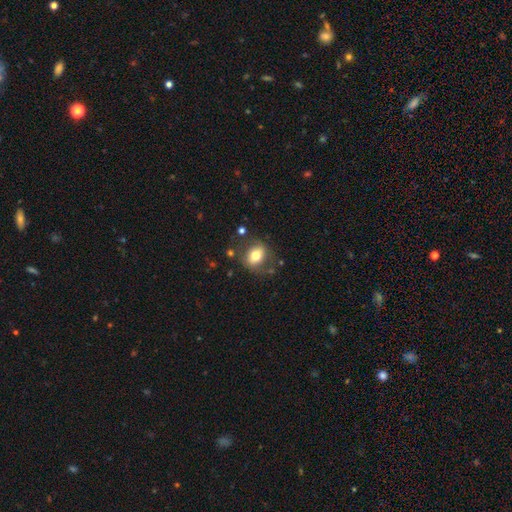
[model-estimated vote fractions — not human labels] Smooth or featured?
  - smooth: 70% *
  - featured or disk: 21%
  - star or artifact: 9%
How rounded?
  - in between: 54% *
  - round: 45%
  - cigar-shaped: 1%
Merging?
  - none: 72% *
  - minor disturbance: 17%
  - major disturbance: 8%
  - merger: 3%